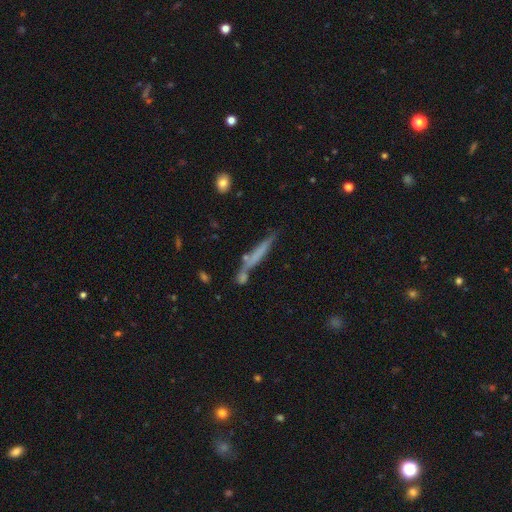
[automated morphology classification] Q: Smooth or featured?
A: smooth (52%); runner-up: featured or disk (39%)
Q: How rounded?
A: cigar-shaped (95%); runner-up: in between (4%)
Q: Merging?
A: none (68%); runner-up: minor disturbance (15%)